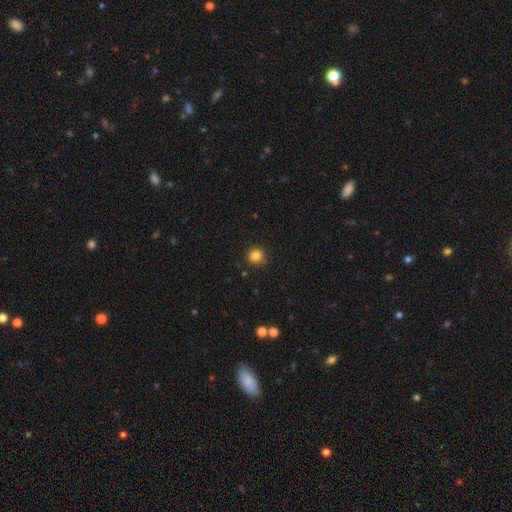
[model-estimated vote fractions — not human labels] Overall: smooth (83%). How rounded: round (92%). Merging: none (88%).